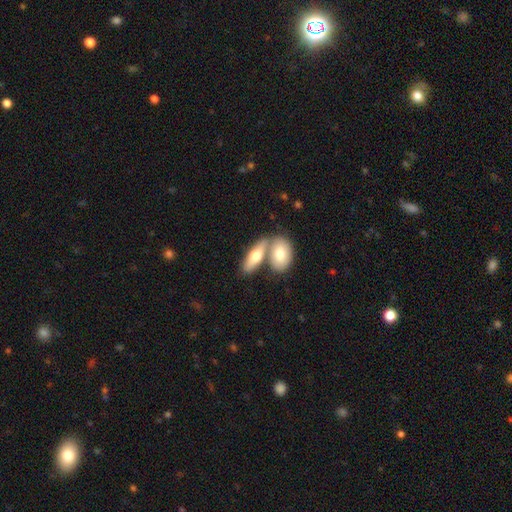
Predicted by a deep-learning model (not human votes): The model was most divided on "merging": merger: 50%, none: 38%, minor disturbance: 8%, major disturbance: 3%. More confident: how rounded — in between (74%); smooth or featured — smooth (65%).